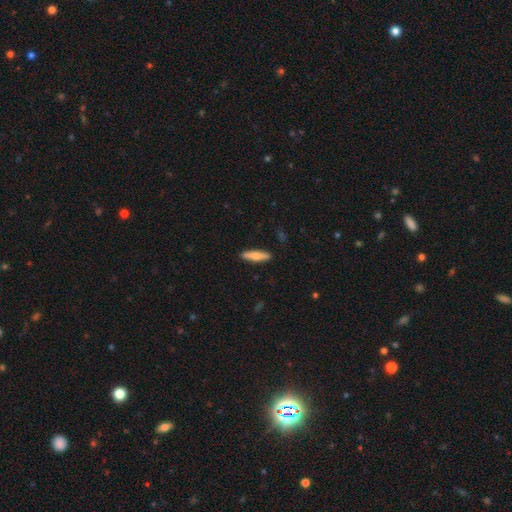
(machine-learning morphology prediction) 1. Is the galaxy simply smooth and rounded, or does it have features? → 67% smooth, 28% featured or disk, 6% star or artifact.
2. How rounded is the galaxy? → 77% cigar-shaped, 22% in between, 2% round.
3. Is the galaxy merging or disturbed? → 89% none, 8% minor disturbance, 2% major disturbance, 1% merger.